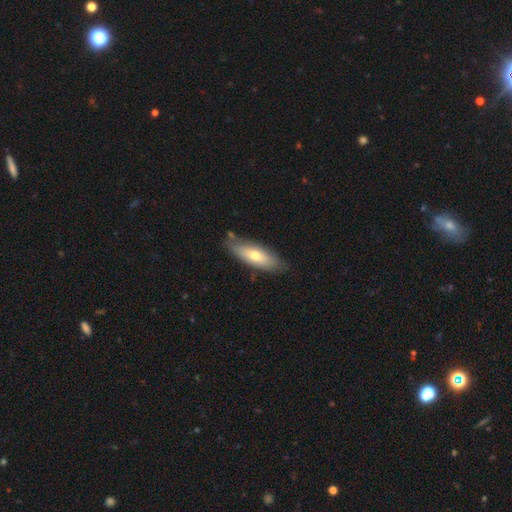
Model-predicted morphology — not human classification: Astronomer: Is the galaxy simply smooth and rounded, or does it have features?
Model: smooth — 62%.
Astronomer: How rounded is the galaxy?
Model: in between — 64%.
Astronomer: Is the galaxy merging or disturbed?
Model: none — 76%.